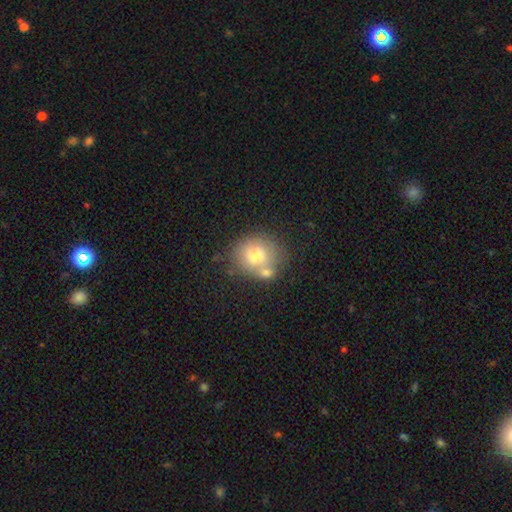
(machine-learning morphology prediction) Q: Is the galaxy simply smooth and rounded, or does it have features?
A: smooth — 70%.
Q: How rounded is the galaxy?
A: round — 69%.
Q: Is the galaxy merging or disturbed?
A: none — 47%.